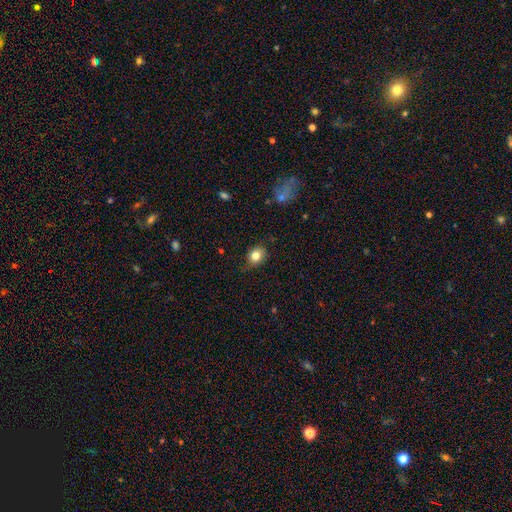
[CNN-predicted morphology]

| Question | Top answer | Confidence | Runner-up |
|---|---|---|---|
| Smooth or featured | smooth | 81% | star or artifact (10%) |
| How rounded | round | 55% | in between (44%) |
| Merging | none | 72% | minor disturbance (22%) |